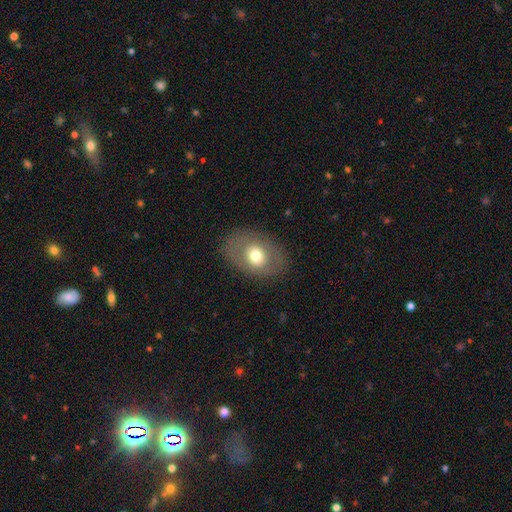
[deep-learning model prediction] This is likely a smooth galaxy (62%). How rounded: likely in between (73%). Merging: clearly none (82%).